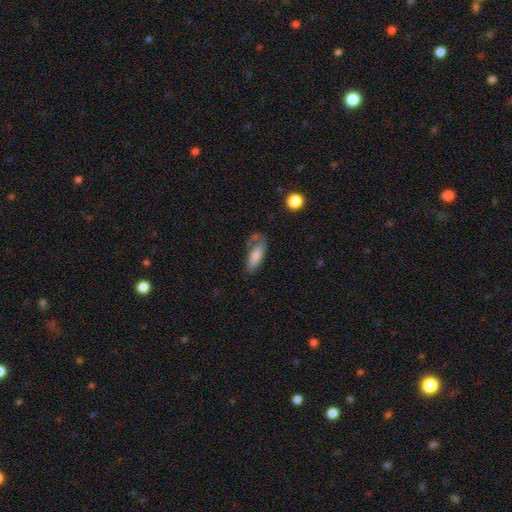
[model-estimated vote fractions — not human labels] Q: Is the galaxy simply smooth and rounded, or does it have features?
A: smooth — 78%.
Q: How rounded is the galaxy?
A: in between — 69%.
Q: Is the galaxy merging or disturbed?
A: none — 50%.